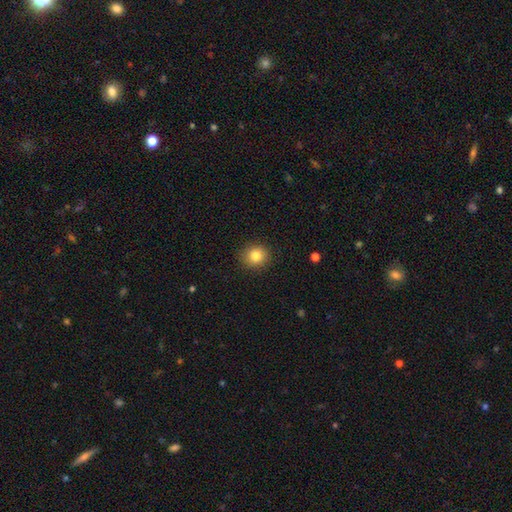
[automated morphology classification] type=smooth (83%); roundness=round (84%); merging=none (90%).